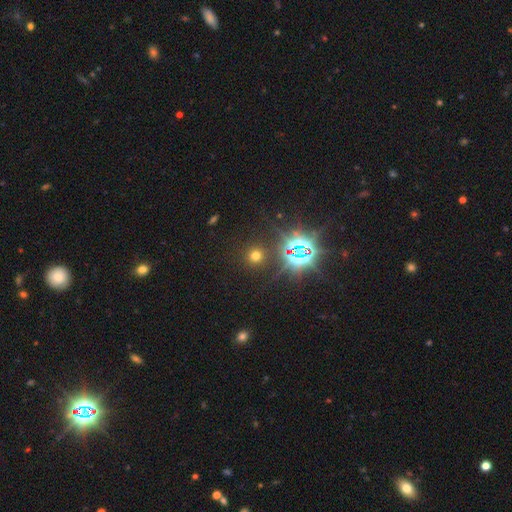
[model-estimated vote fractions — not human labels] A smooth galaxy with no disk features (54%) that is round (92%). Merging: none (88%).